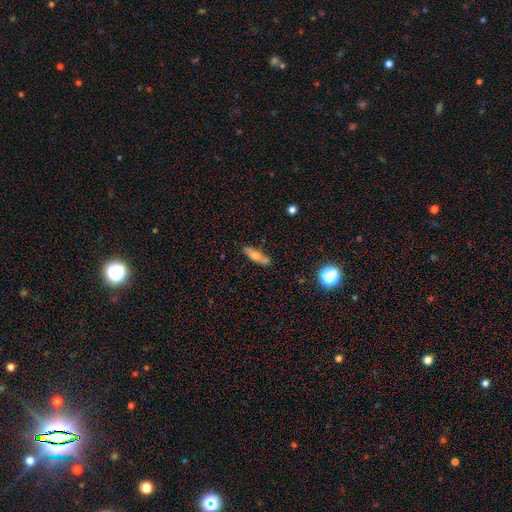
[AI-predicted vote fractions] This appears to be a smooth galaxy with no disk features (66%) that is cigar-shaped (60%). Merging: none (70%).